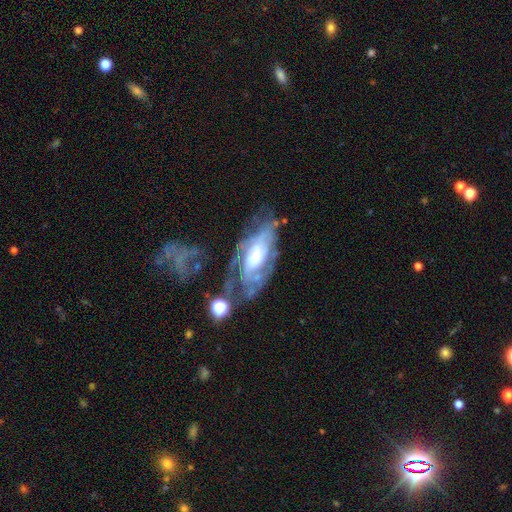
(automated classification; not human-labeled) featured or disk 76%, smooth 17%, star or artifact 7%. Down the decision tree: edge-on disk — no (90%); bar — no (66%); spiral arms — yes (83%); spiral arm count — can't tell (51%); spiral winding — tight (54%); bulge size — small (33%); merging — none (41%).